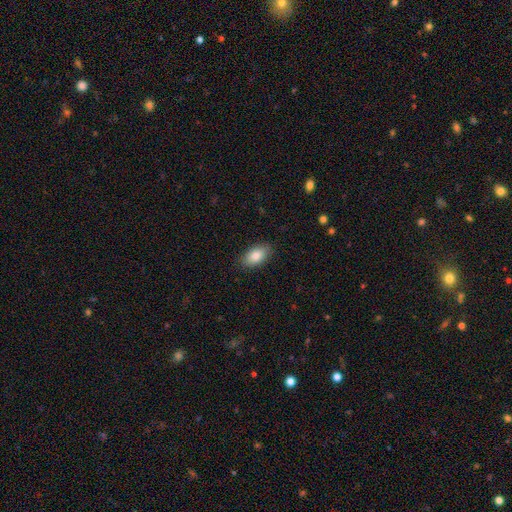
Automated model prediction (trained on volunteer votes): Smooth or featured: smooth — 86% (featured or disk — 8%)
How rounded: in between — 93% (round — 4%)
Merging: none — 87% (minor disturbance — 9%)